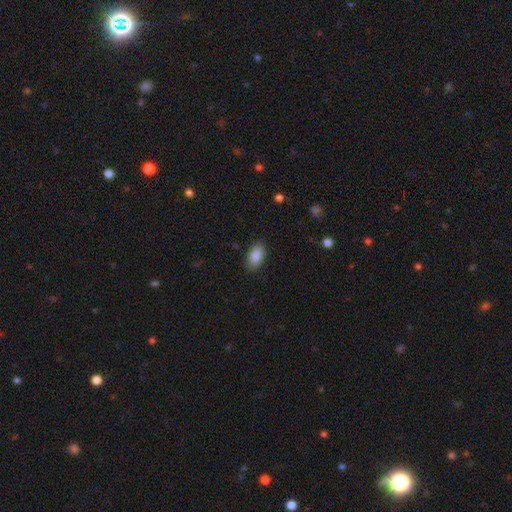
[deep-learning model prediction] This is clearly a smooth galaxy (87%). How rounded: clearly in between (93%). Merging: clearly none (87%).